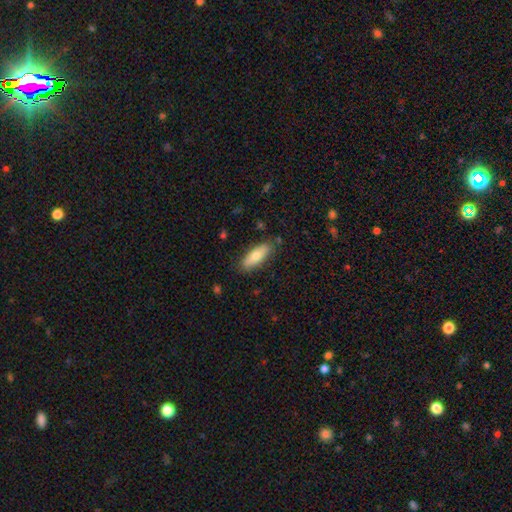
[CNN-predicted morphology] A smooth galaxy with no disk features (71%) that is in between round and cigar-shaped (66%).

Vote fractions:
- Smooth or featured? smooth: 71% / featured or disk: 22% / star or artifact: 6%
- How rounded? in between: 66% / cigar-shaped: 32% / round: 2%
- Merging? none: 81% / minor disturbance: 14% / major disturbance: 3% / merger: 2%